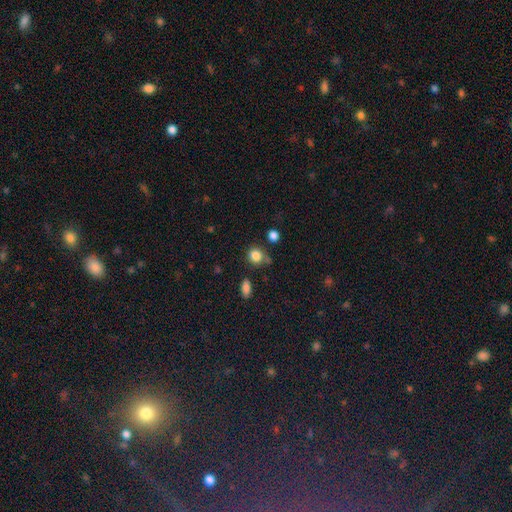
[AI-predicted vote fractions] smooth_or_featured: smooth (p=0.84) [alt: star or artifact p=0.11]
how_rounded: round (p=0.85) [alt: in between p=0.14]
merging: none (p=0.70) [alt: minor disturbance p=0.16]